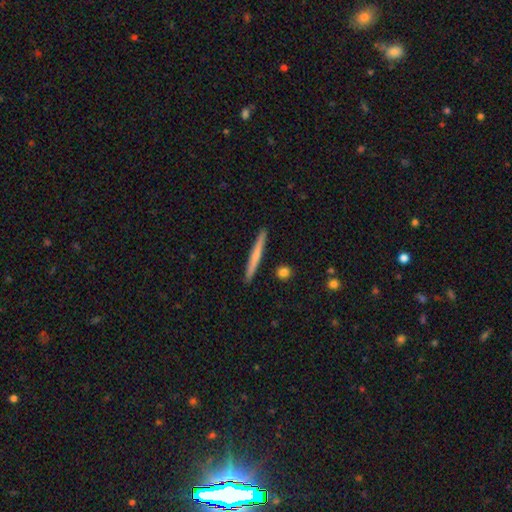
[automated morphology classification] This is possibly a smooth galaxy (56%). How rounded: clearly cigar-shaped (96%). Merging: clearly none (92%).